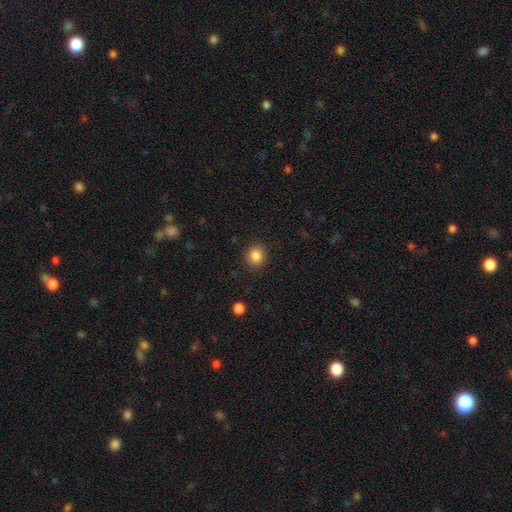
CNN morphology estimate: Smooth or featured? smooth (86%)
How rounded? round (84%)
Merging? none (89%)